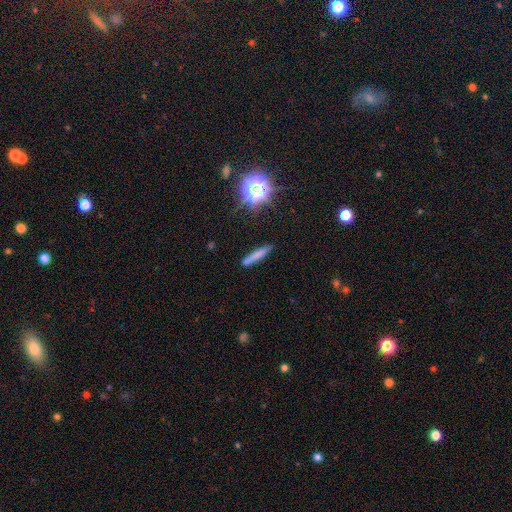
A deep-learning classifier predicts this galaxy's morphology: Overall: smooth (68%). How rounded: cigar-shaped (91%). Merging: none (80%).